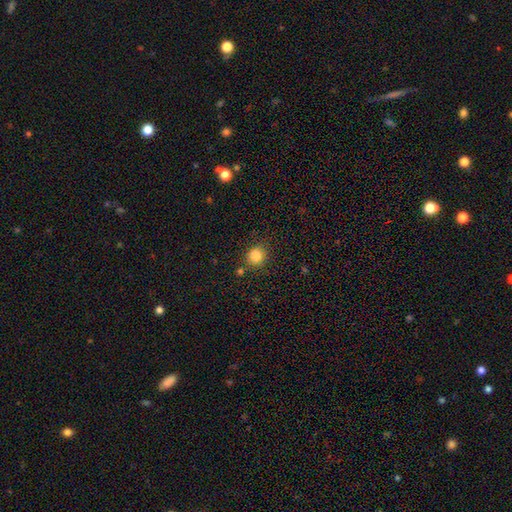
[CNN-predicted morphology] Smooth or featured? smooth (84%)
How rounded? round (84%)
Merging? none (81%)